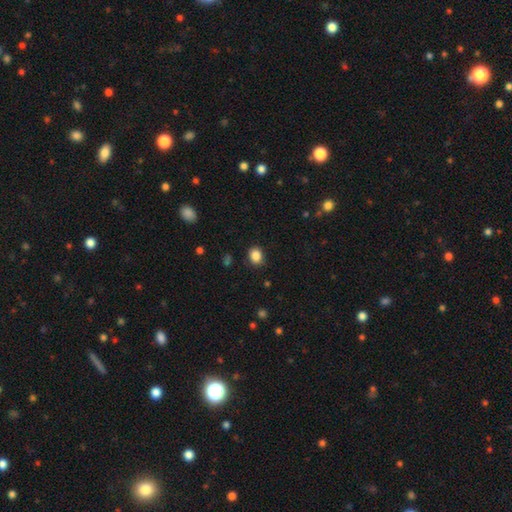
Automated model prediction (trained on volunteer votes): A smooth galaxy with no disk features (86%) that is round (56%).

Vote fractions:
- Smooth or featured? smooth: 86% / star or artifact: 10% / featured or disk: 4%
- How rounded? round: 56% / in between: 43% / cigar-shaped: 1%
- Merging? none: 84% / minor disturbance: 12% / major disturbance: 3% / merger: 1%